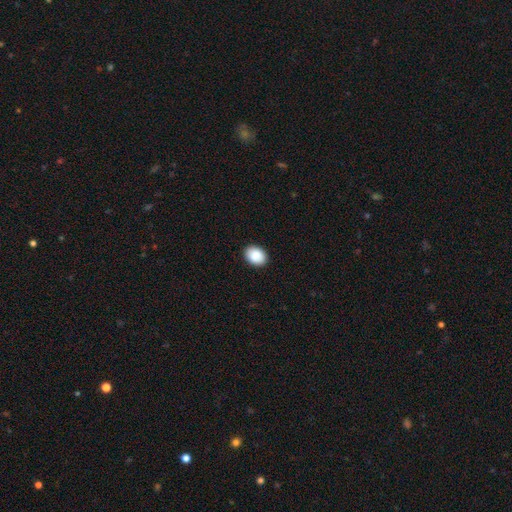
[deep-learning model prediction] Smooth or featured: smooth — 90% (star or artifact — 7%)
How rounded: in between — 72% (round — 27%)
Merging: none — 91% (minor disturbance — 7%)